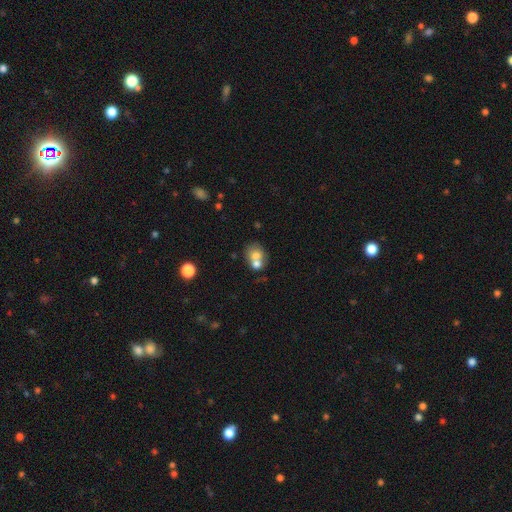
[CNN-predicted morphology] A smooth galaxy with no disk features (68%) that is round (61%). Merging: merger (57%).